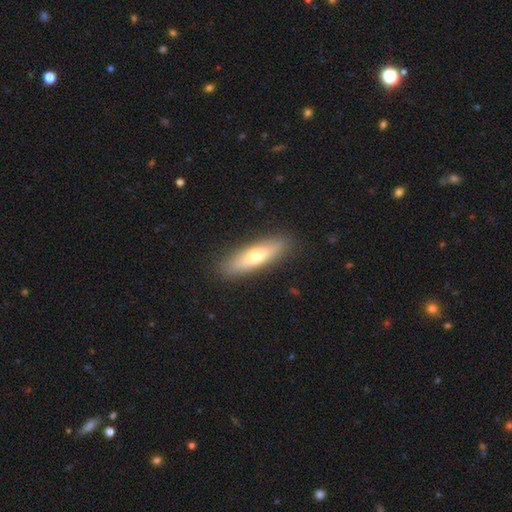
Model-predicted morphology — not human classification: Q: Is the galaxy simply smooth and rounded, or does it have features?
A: smooth — 62%.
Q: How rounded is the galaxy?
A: cigar-shaped — 65%.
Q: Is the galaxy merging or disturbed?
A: none — 88%.